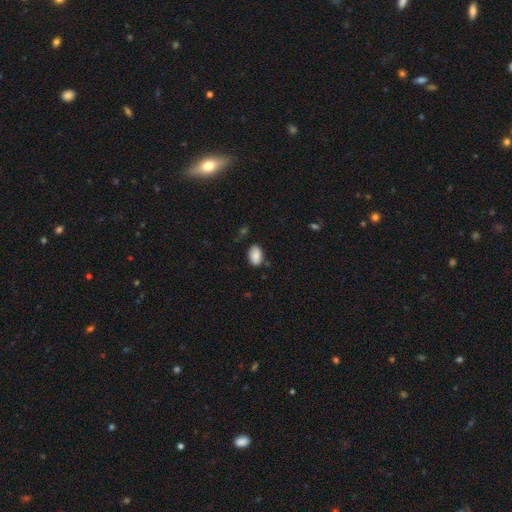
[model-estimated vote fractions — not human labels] Smooth or featured? Predicted: smooth (p=0.85). How rounded? Predicted: in between (p=0.89). Merging? Predicted: none (p=0.73).